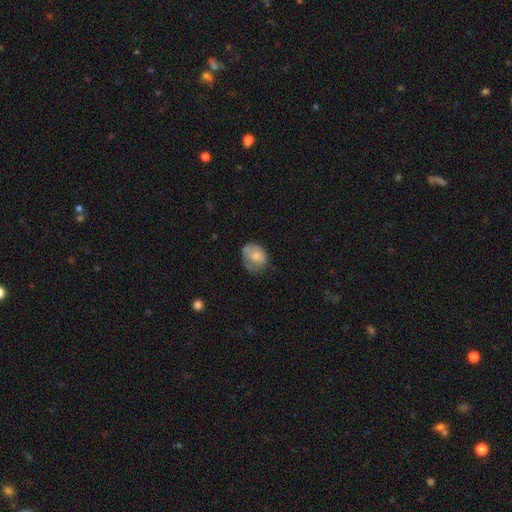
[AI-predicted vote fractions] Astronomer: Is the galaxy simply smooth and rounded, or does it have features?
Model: smooth — 71%.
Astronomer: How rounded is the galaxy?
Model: round — 52% (runner-up: in between, 47%).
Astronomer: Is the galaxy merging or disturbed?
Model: none — 47% (runner-up: minor disturbance, 33%).